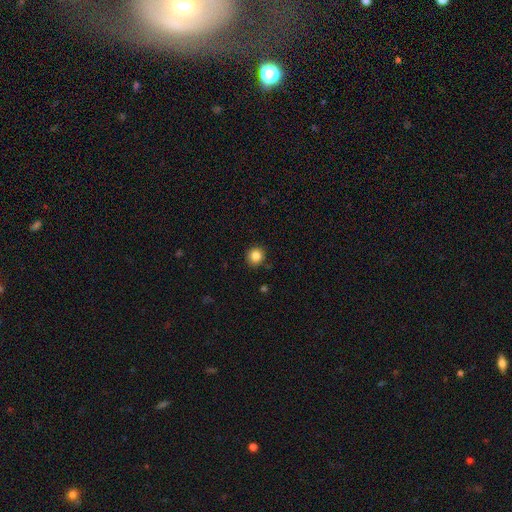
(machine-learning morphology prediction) smooth 85%, star or artifact 11%, featured or disk 5%. Down the decision tree: how rounded — round (91%); merging — none (89%).